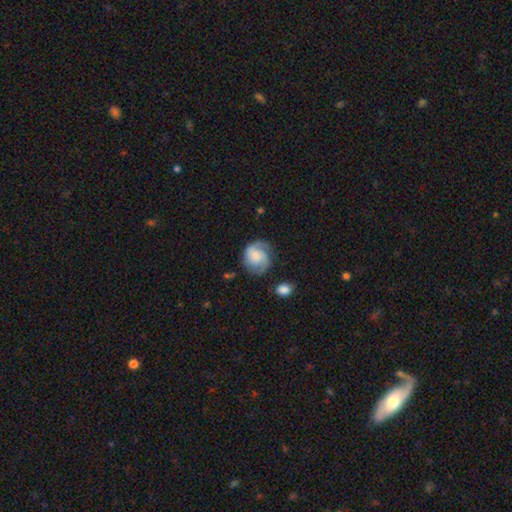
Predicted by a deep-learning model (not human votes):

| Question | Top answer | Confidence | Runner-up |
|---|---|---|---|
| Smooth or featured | featured or disk | 64% | smooth (30%) |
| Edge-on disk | no | 98% | yes (2%) |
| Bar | no | 64% | weak (31%) |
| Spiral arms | yes | 92% | no (8%) |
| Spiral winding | medium | 42% | tight (40%) |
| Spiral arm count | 2 | 59% | can't tell (15%) |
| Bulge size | small | 40% | moderate (33%) |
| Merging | none | 62% | minor disturbance (23%) |